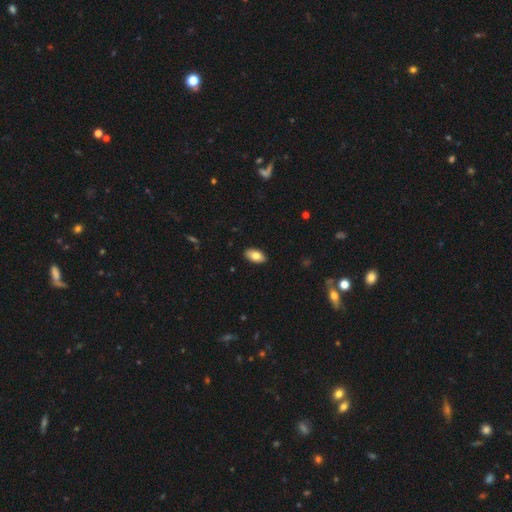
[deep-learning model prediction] Smooth or featured: smooth — 79% (featured or disk — 14%)
How rounded: in between — 94% (round — 4%)
Merging: none — 89% (minor disturbance — 8%)